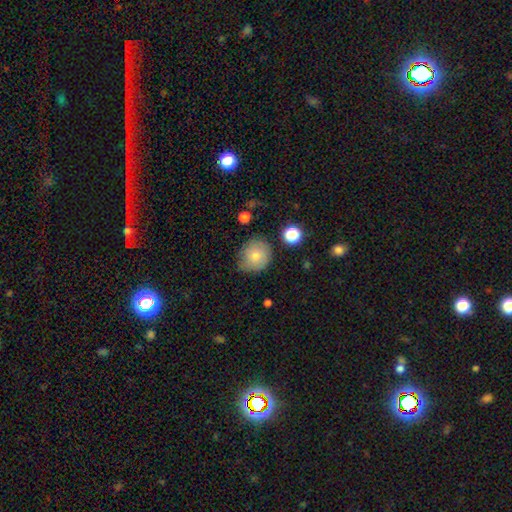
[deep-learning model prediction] smooth-or-featured: smooth: 78% | featured or disk: 13% | star or artifact: 9%
  how-rounded: round: 81% | in between: 18% | cigar-shaped: 1%
  merging: none: 64% | minor disturbance: 27% | major disturbance: 6% | merger: 3%